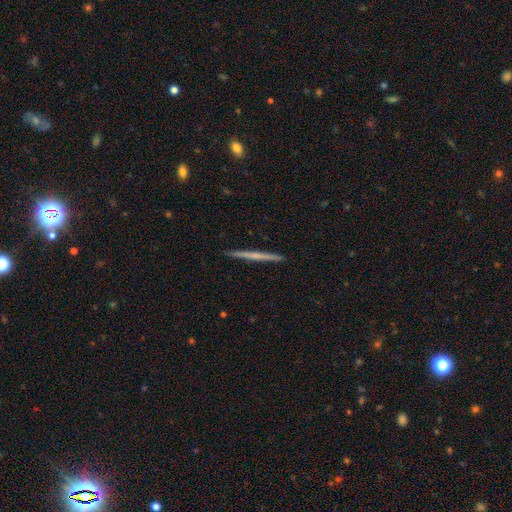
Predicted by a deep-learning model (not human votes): A featured or disk galaxy (57%) viewed edge-on (98%) with no central bulge (74%). Merging: none (93%).